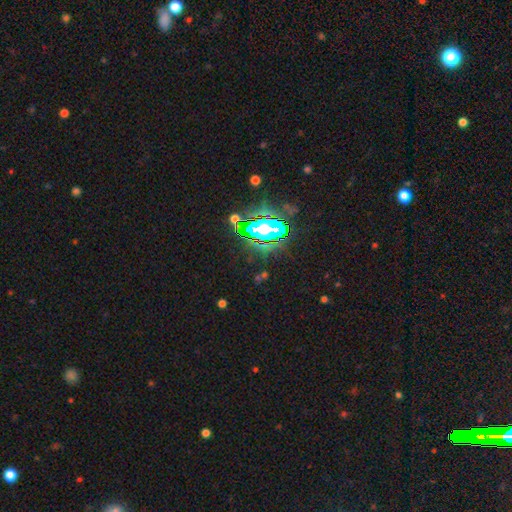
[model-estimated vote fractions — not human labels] smooth_or_featured: star or artifact (p=0.79) [alt: smooth p=0.12]